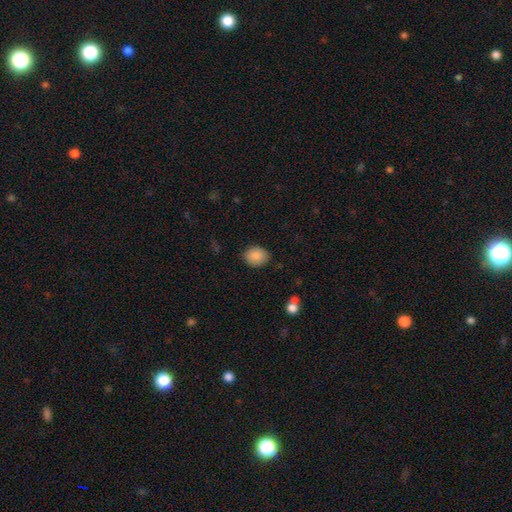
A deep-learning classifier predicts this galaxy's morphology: Smooth or featured: smooth — 88% (star or artifact — 8%)
How rounded: round — 53% (in between — 46%)
Merging: none — 85% (minor disturbance — 11%)